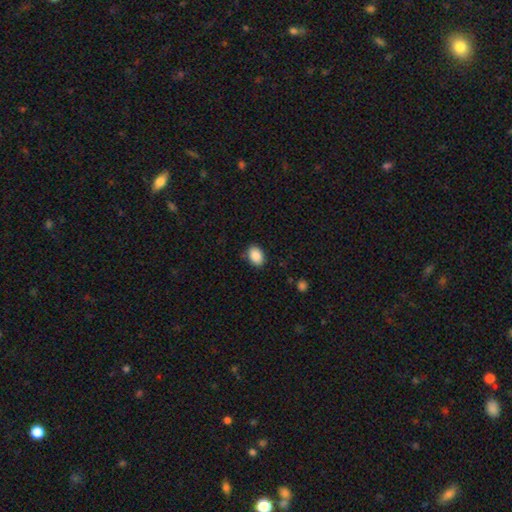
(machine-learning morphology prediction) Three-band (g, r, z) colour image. It shows a smooth galaxy with no disk features (89%) that is in between round and cigar-shaped (80%). Merging: none (85%).